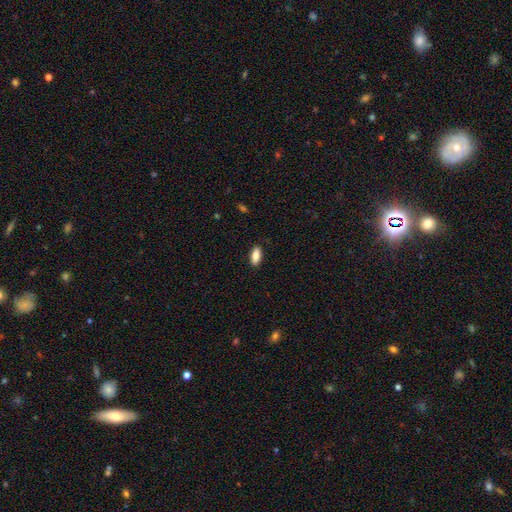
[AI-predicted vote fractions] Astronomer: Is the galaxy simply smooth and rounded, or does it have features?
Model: smooth — 87%.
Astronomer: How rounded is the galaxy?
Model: in between — 85%.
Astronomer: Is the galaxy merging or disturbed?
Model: none — 89%.